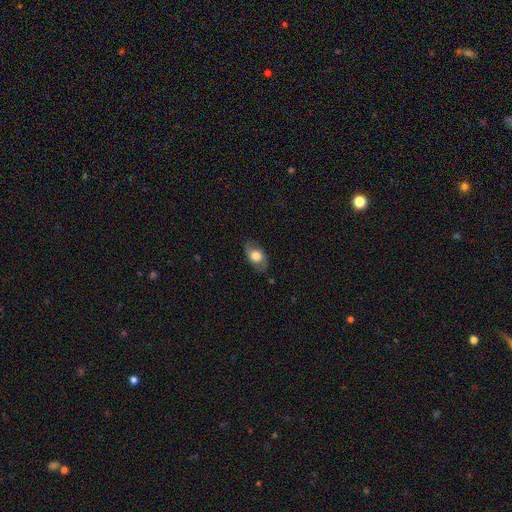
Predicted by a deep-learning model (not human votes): smooth-or-featured: smooth: 59% | featured or disk: 34% | star or artifact: 8%
  how-rounded: in between: 82% | round: 15% | cigar-shaped: 3%
  merging: none: 77% | minor disturbance: 16% | major disturbance: 6% | merger: 1%